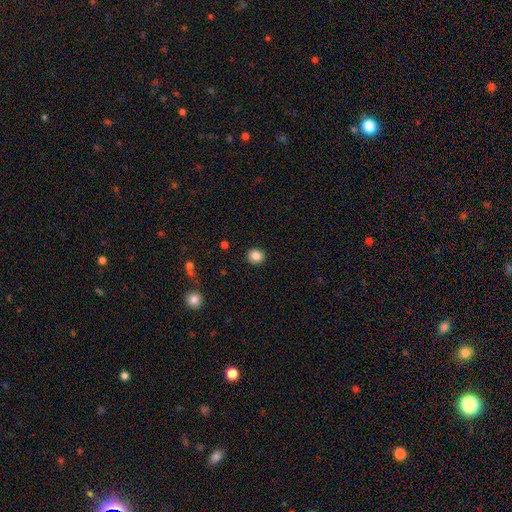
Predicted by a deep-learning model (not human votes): The model was most divided on "how rounded": round: 84%, in between: 15%, cigar-shaped: 1%. More confident: merging — none (90%); smooth or featured — smooth (86%).